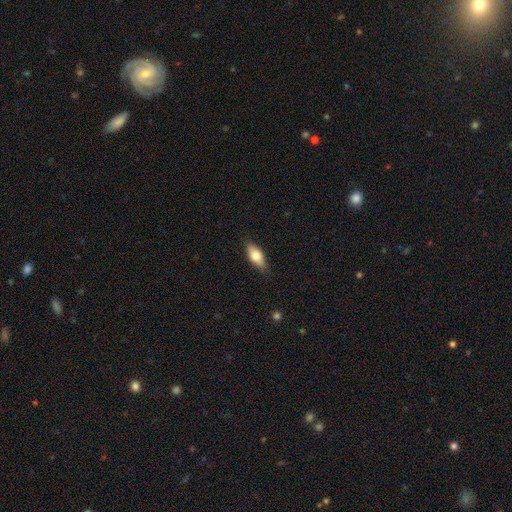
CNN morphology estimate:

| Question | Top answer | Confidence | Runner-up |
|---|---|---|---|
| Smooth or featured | smooth | 70% | featured or disk (23%) |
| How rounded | in between | 75% | cigar-shaped (22%) |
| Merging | none | 83% | minor disturbance (13%) |